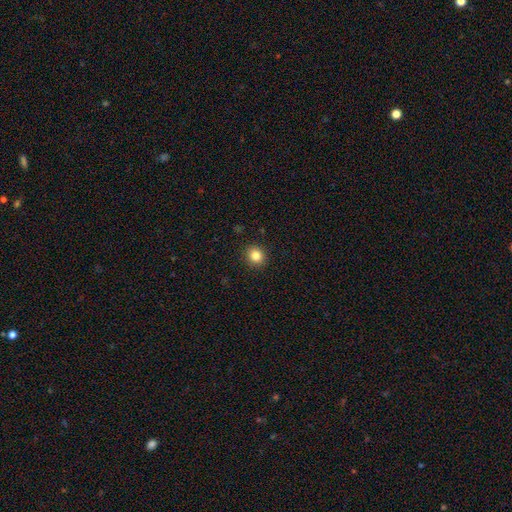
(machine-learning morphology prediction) This is clearly a smooth galaxy (83%). How rounded: clearly round (85%). Merging: clearly none (92%).